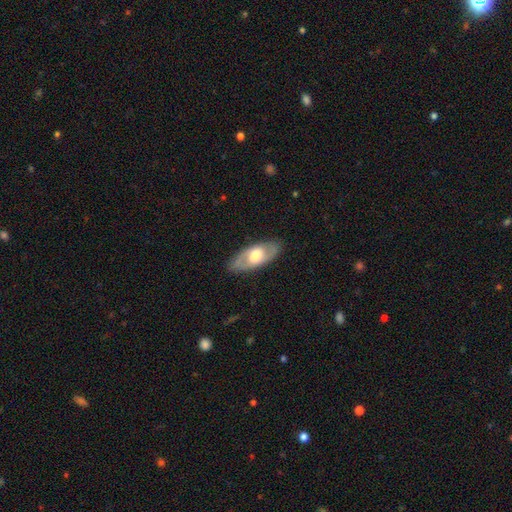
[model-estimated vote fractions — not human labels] This is possibly a featured or disk galaxy (54%). It is likely not viewed edge-on (80%). Merging: clearly none (85%).